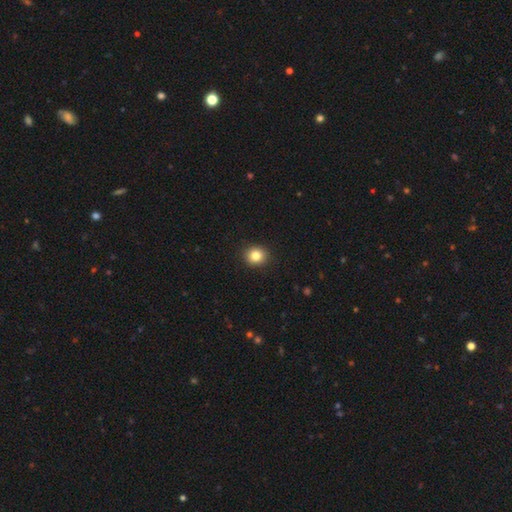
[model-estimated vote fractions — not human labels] smooth-or-featured: smooth: 83% | star or artifact: 11% | featured or disk: 6%
  how-rounded: round: 82% | in between: 17% | cigar-shaped: 1%
  merging: none: 91% | minor disturbance: 6% | major disturbance: 2% | merger: 1%